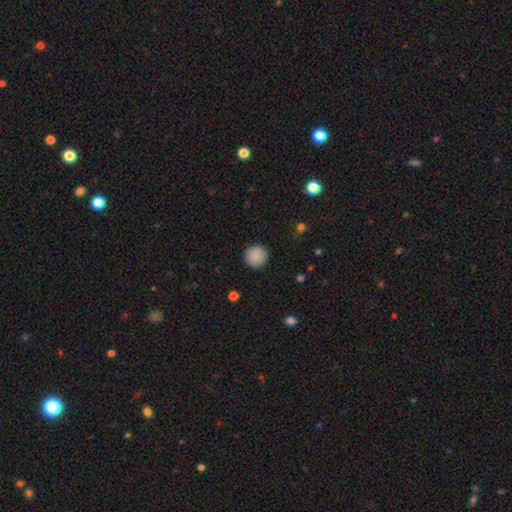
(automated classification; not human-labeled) smooth-or-featured: smooth: 89% | star or artifact: 8% | featured or disk: 3%
  how-rounded: round: 95% | in between: 4% | cigar-shaped: 1%
  merging: none: 91% | minor disturbance: 6% | major disturbance: 2% | merger: 1%